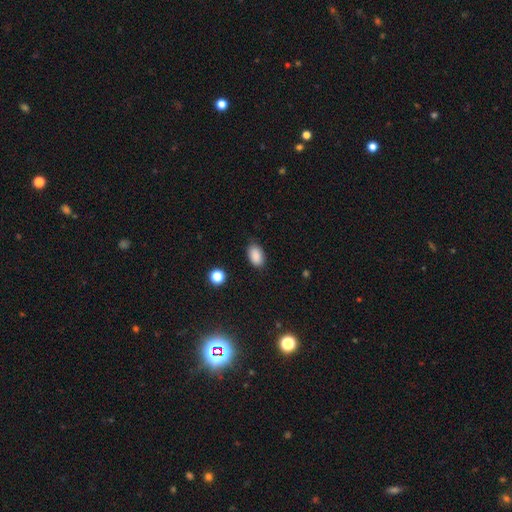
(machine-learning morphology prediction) Overall: smooth (88%). How rounded: in between (90%). Merging: none (82%).